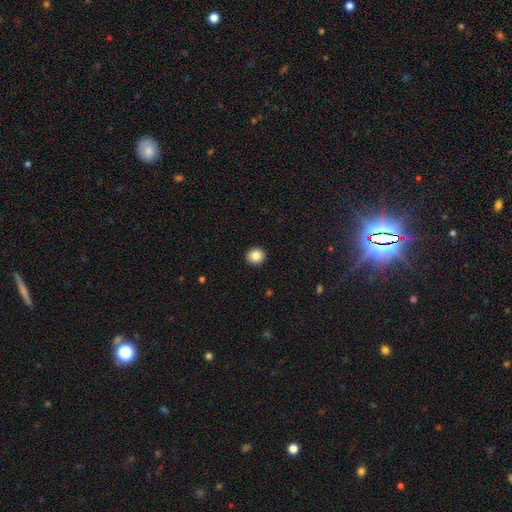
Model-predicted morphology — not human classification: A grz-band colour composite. It shows a smooth galaxy with no disk features (86%) that is round (90%). Merging: none (93%).